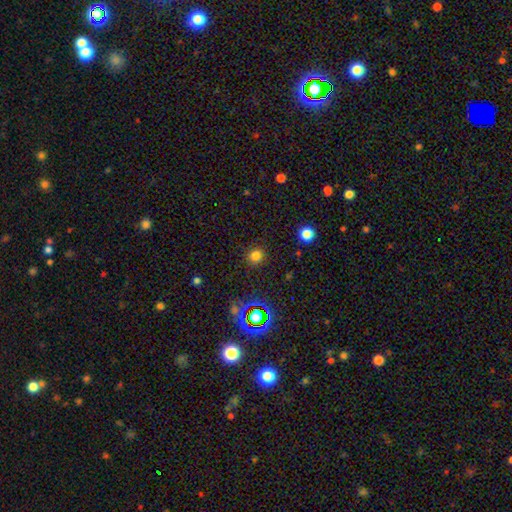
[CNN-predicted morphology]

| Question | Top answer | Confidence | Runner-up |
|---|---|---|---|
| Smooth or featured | smooth | 75% | star or artifact (20%) |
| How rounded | round | 90% | in between (9%) |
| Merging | none | 88% | minor disturbance (7%) |